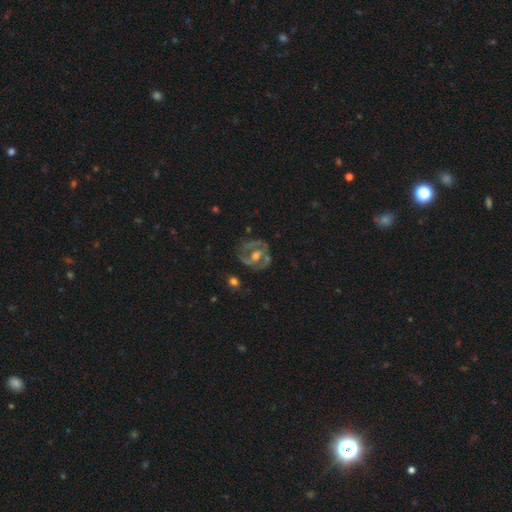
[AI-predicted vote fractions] Smooth or featured? Predicted: featured or disk (p=0.76). Edge-on disk? Predicted: no (p=0.97). Bar? Predicted: no (p=0.43). Spiral arms? Predicted: yes (p=0.71). Spiral winding? Predicted: medium (p=0.46). Spiral arm count? Predicted: 2 (p=0.62). Bulge size? Predicted: moderate (p=0.61). Merging? Predicted: none (p=0.68).